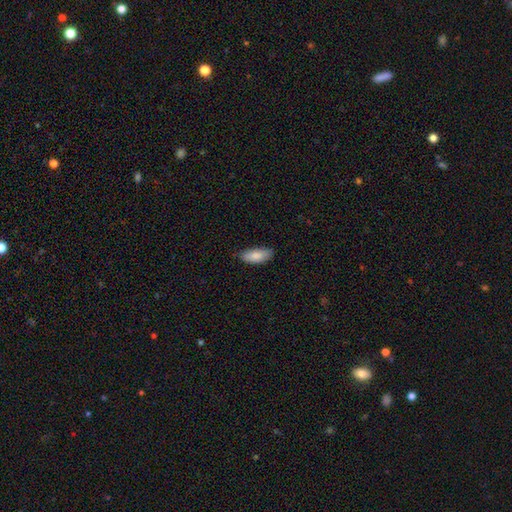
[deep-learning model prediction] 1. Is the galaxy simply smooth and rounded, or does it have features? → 86% smooth, 8% featured or disk, 6% star or artifact.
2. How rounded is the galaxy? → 82% in between, 16% cigar-shaped, 2% round.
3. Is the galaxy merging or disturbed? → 78% none, 19% minor disturbance, 3% major disturbance, 1% merger.